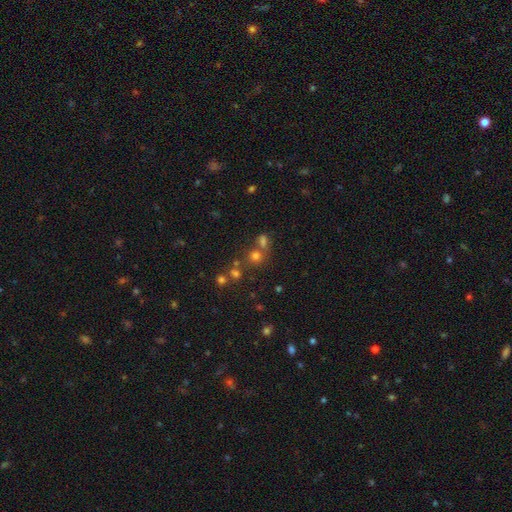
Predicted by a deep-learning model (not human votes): A smooth galaxy with no disk features (55%) that is round (85%). Merging: none (58%).